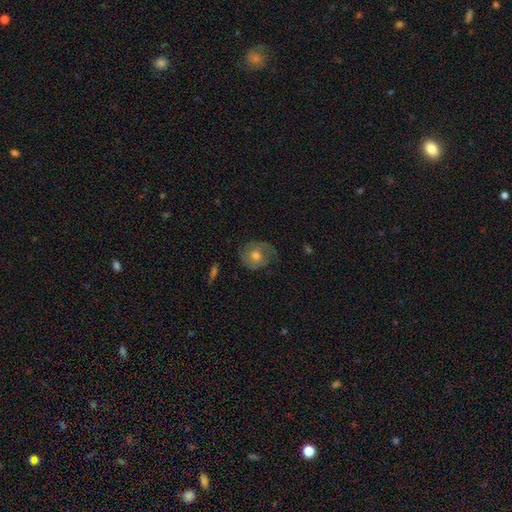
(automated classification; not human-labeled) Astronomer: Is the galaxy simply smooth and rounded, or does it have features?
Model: smooth — 48% (runner-up: featured or disk, 44%).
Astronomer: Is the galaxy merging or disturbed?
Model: none — 60%.